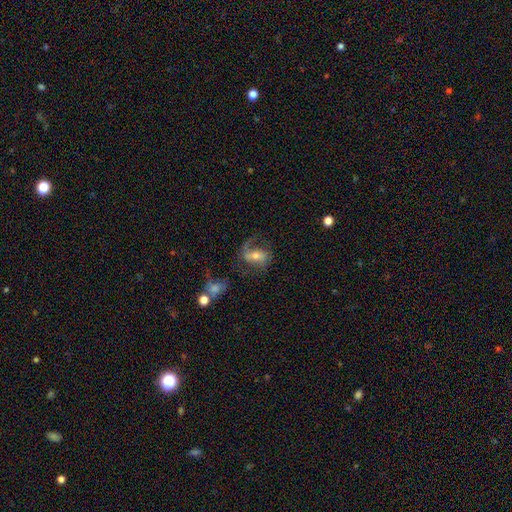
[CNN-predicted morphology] featured or disk 71%, smooth 20%, star or artifact 10%. Down the decision tree: edge-on disk — no (96%); bar — weak (39%); spiral arms — yes (88%); spiral arm count — 2 (69%); spiral winding — loose (44%); bulge size — moderate (56%); merging — none (52%).